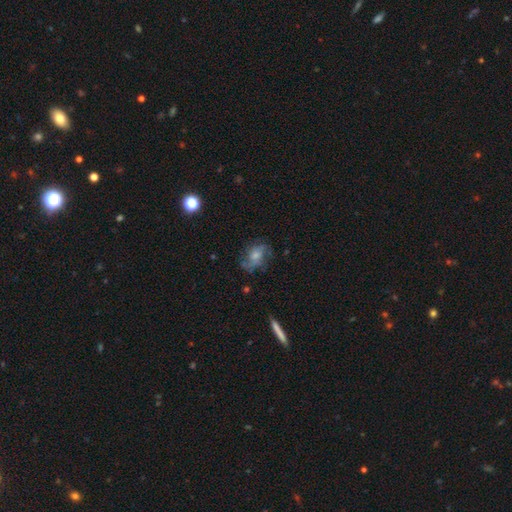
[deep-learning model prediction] Q: Smooth or featured?
A: featured or disk (50%); runner-up: smooth (40%)
Q: Merging?
A: none (57%); runner-up: minor disturbance (24%)